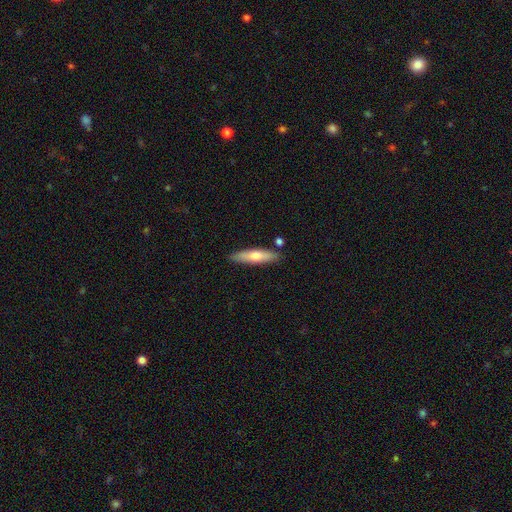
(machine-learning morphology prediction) Overall: smooth (60%; featured or disk 34%). How rounded: cigar-shaped (77%). Merging: none (84%).